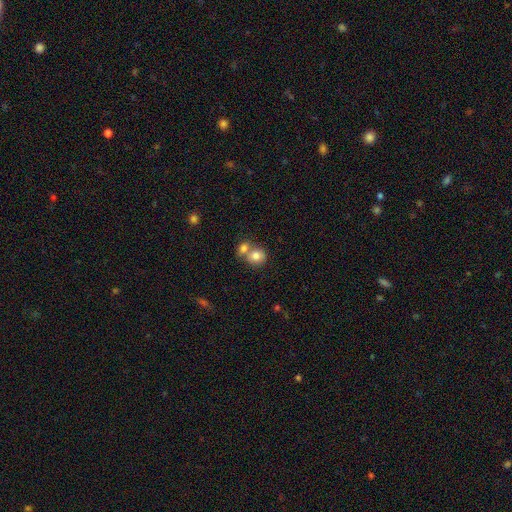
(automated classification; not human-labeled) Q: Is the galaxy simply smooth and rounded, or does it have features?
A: smooth — 78%.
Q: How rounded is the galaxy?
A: round — 74%.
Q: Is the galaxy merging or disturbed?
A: merger — 56%.